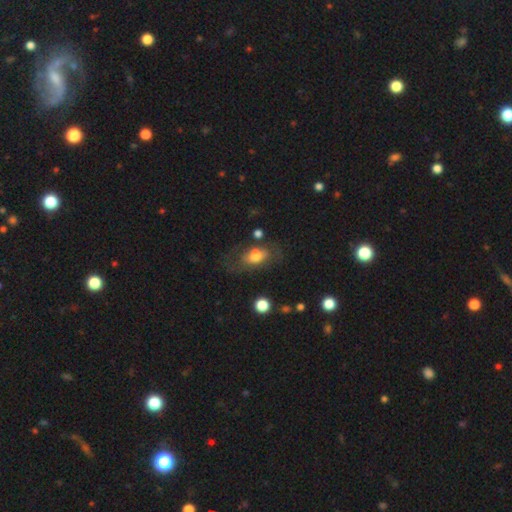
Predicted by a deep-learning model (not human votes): This is likely a smooth galaxy (62%). How rounded: clearly in between (85%). Merging: marginally none (44%).